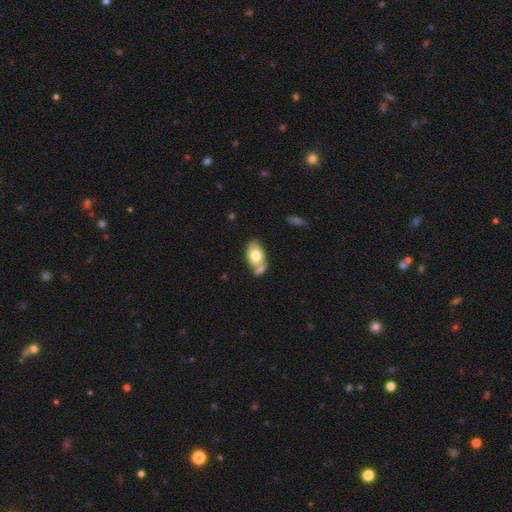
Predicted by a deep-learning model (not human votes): Smooth or featured? Predicted: smooth (p=0.68). How rounded? Predicted: in between (p=0.89). Merging? Predicted: none (p=0.46).